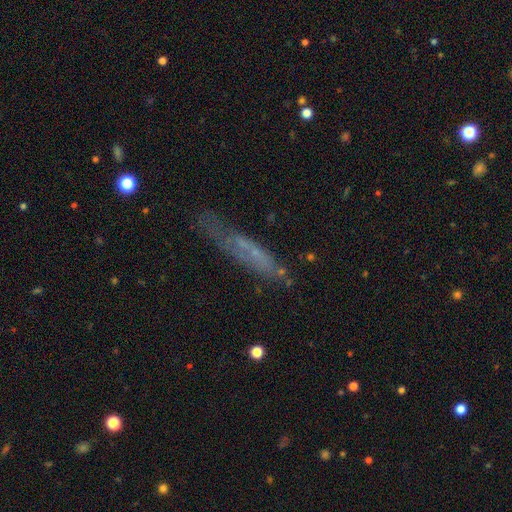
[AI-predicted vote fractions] Q: Smooth or featured?
A: featured or disk (47%); runner-up: smooth (43%)
Q: Merging?
A: none (56%); runner-up: minor disturbance (25%)